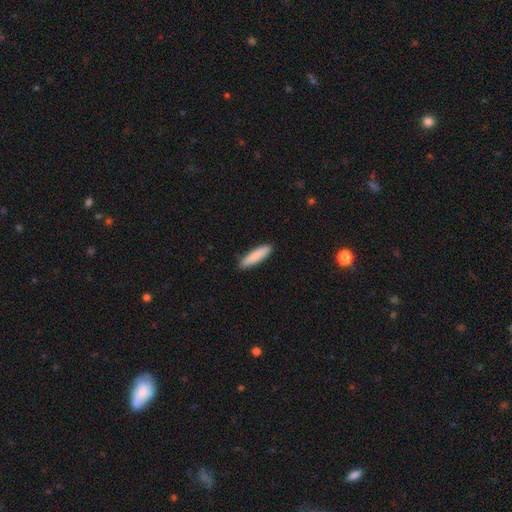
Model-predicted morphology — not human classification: smooth 86%, featured or disk 9%, star or artifact 5%. Down the decision tree: how rounded — cigar-shaped (72%); merging — none (89%).